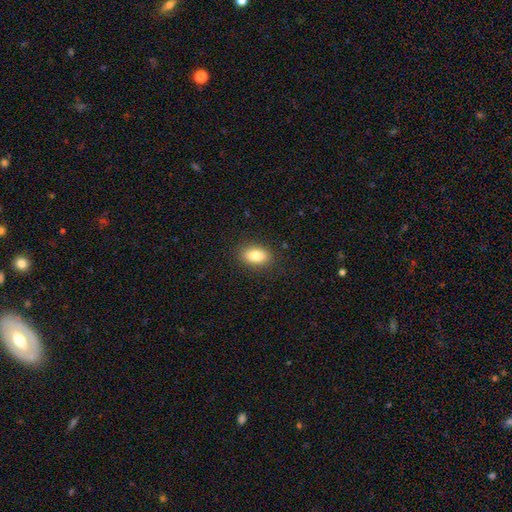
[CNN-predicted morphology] smooth-or-featured: smooth: 83% | featured or disk: 8% | star or artifact: 8%
  how-rounded: in between: 87% | round: 11% | cigar-shaped: 2%
  merging: none: 88% | minor disturbance: 9% | major disturbance: 3% | merger: 1%